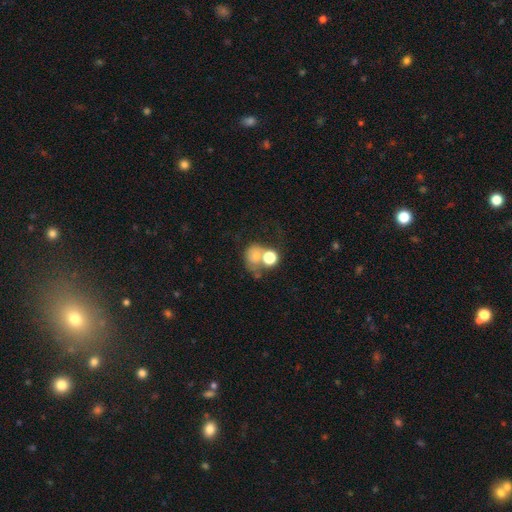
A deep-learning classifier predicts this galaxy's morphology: Smooth or featured? smooth (64%)
How rounded? round (65%)
Merging? merger (44%)